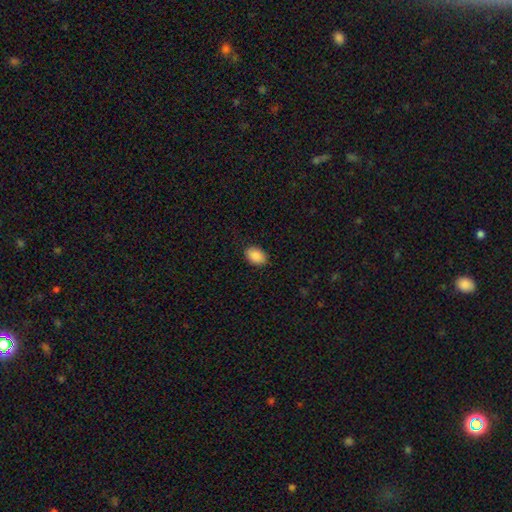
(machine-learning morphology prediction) Overall: smooth (90%). How rounded: in between (83%). Merging: none (87%).